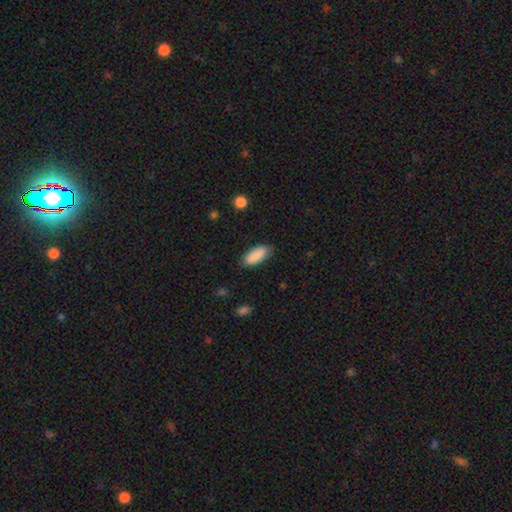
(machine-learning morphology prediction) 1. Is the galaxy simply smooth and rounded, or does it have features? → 90% smooth, 6% star or artifact, 4% featured or disk.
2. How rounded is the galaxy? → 85% in between, 13% cigar-shaped, 2% round.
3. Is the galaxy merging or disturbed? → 85% none, 12% minor disturbance, 2% major disturbance, 1% merger.